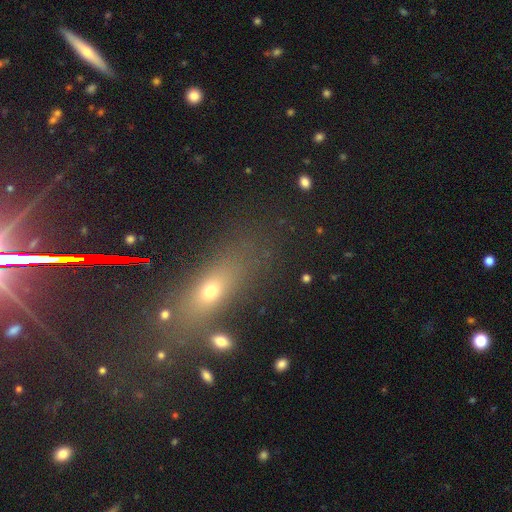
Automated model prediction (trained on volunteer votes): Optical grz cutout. It shows a smooth galaxy with no disk features (40%). Merging: none (78%).